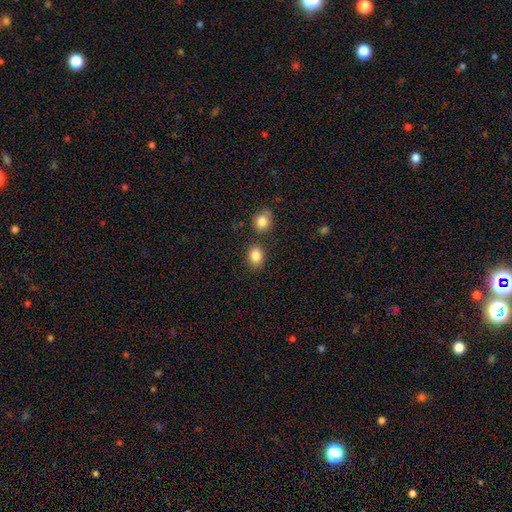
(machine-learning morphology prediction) Smooth or featured? Predicted: smooth (p=0.85). How rounded? Predicted: in between (p=0.53). Merging? Predicted: none (p=0.74).